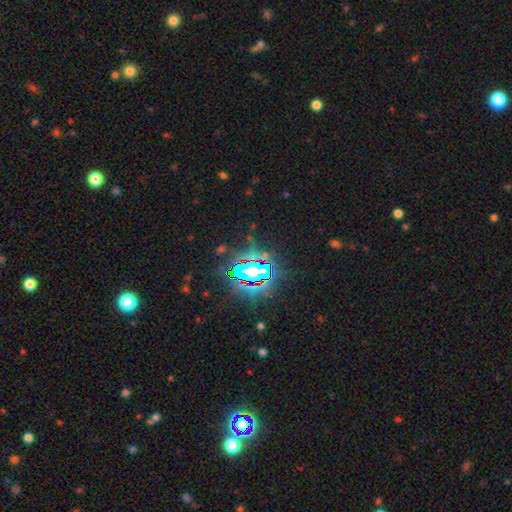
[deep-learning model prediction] A star or artifact, not a galaxy (81%).